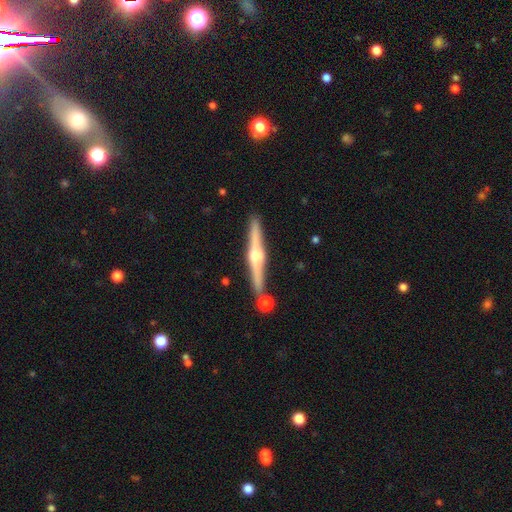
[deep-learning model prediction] A featured or disk galaxy (81%) viewed edge-on (98%) with a rounded central bulge (90%). Merging: none (87%).